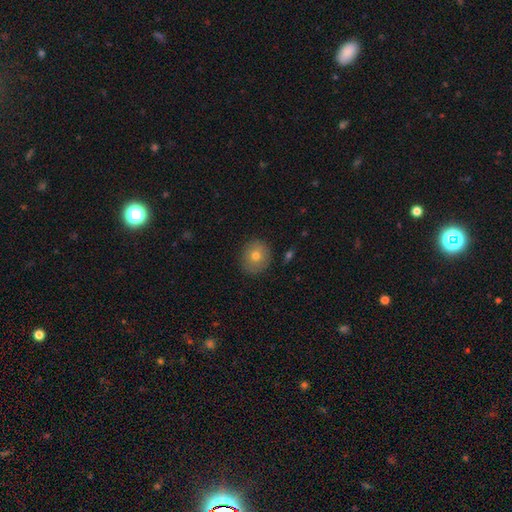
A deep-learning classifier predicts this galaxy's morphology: smooth_or_featured: smooth (p=0.74) [alt: featured or disk p=0.16]
how_rounded: round (p=0.84) [alt: in between p=0.15]
merging: none (p=0.87) [alt: minor disturbance p=0.09]